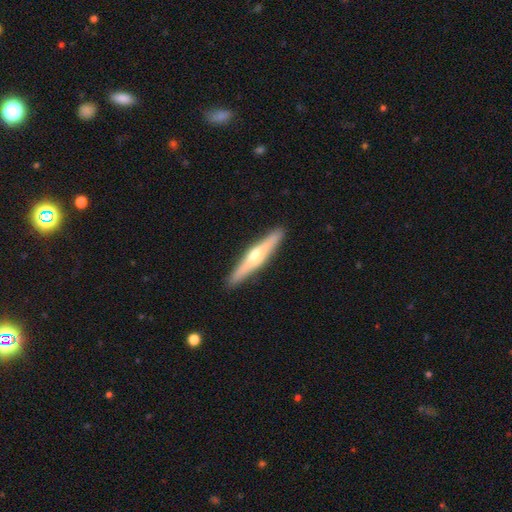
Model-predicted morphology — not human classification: Q: Smooth or featured?
A: featured or disk (60%); runner-up: smooth (35%)
Q: Edge-on disk?
A: yes (96%); runner-up: no (4%)
Q: Edge-on bulge?
A: rounded (88%); runner-up: none (8%)
Q: Merging?
A: none (91%); runner-up: minor disturbance (6%)